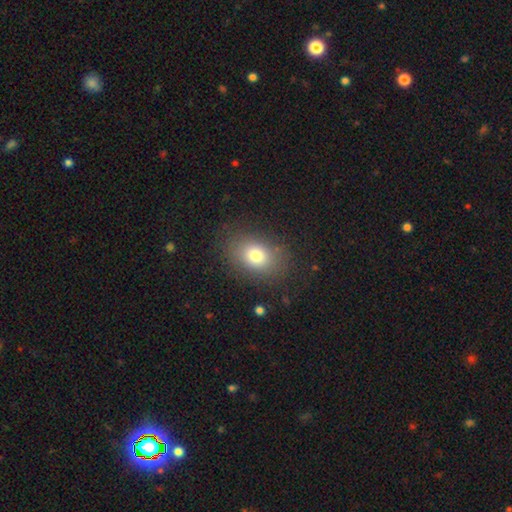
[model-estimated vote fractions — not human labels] Smooth or featured?
  - smooth: 77% *
  - star or artifact: 12%
  - featured or disk: 11%
How rounded?
  - in between: 68% *
  - round: 31%
  - cigar-shaped: 1%
Merging?
  - none: 82% *
  - minor disturbance: 11%
  - major disturbance: 5%
  - merger: 1%